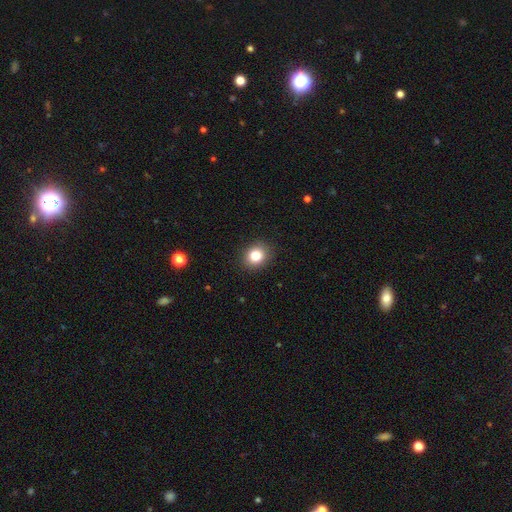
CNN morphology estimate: Q: Smooth or featured?
A: smooth (83%); runner-up: star or artifact (11%)
Q: How rounded?
A: round (65%); runner-up: in between (34%)
Q: Merging?
A: none (89%); runner-up: minor disturbance (7%)